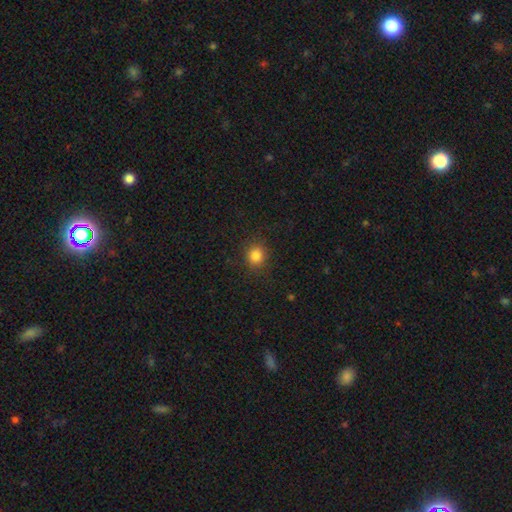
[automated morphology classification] Smooth or featured? smooth (83%)
How rounded? round (85%)
Merging? none (88%)